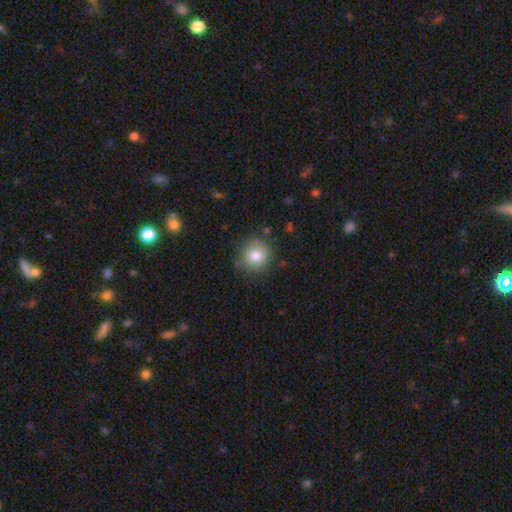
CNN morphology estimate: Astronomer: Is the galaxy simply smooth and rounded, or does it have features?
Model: smooth — 82%.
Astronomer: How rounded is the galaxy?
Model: round — 88%.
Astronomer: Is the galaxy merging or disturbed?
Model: none — 82%.